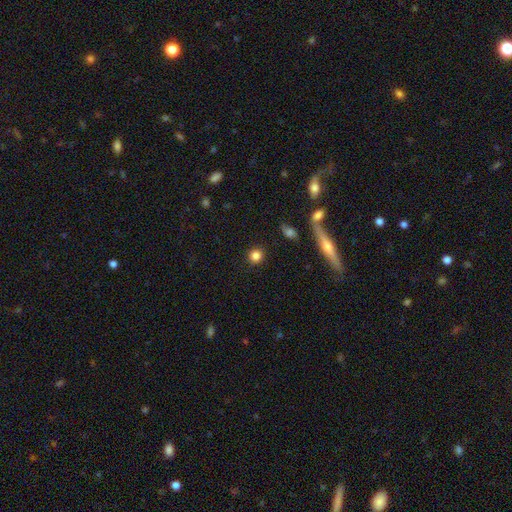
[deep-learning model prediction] Morphology: type=smooth (84%); roundness=round (90%); merging=none (89%).